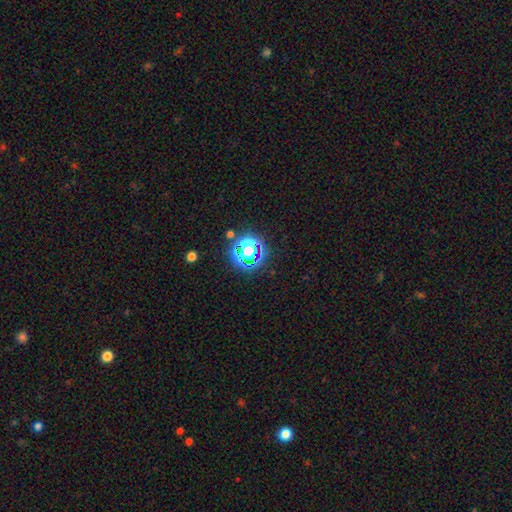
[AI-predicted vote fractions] smooth_or_featured: star or artifact (p=0.77) [alt: smooth p=0.16]